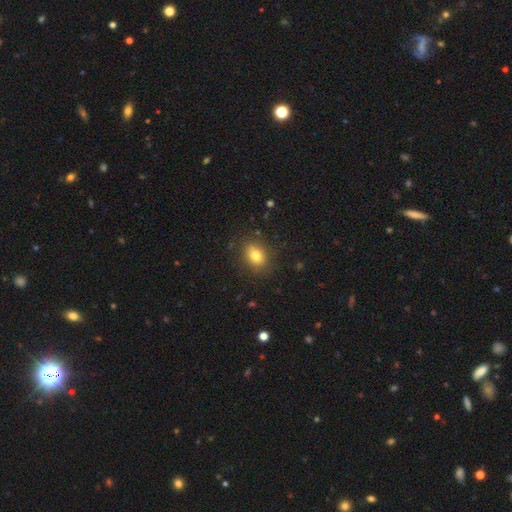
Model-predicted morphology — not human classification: Q: Smooth or featured?
A: smooth (79%); runner-up: star or artifact (11%)
Q: How rounded?
A: in between (60%); runner-up: round (39%)
Q: Merging?
A: none (84%); runner-up: minor disturbance (11%)